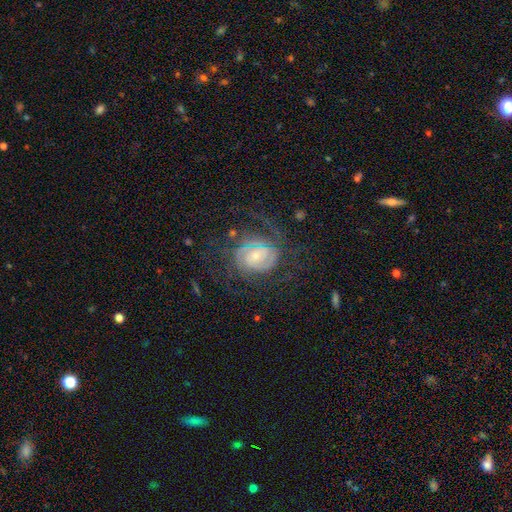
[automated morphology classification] The model was most divided on "spiral arm count": can't tell: 32%, 2: 30%, 3: 16%, 4: 9%, 1: 7%, more than 4: 7%. More confident: edge-on disk — no (97%); spiral arms — yes (93%); smooth or featured — featured or disk (80%); bulge size — small (68%); bar — no (67%); merging — none (61%); spiral winding — tight (58%).